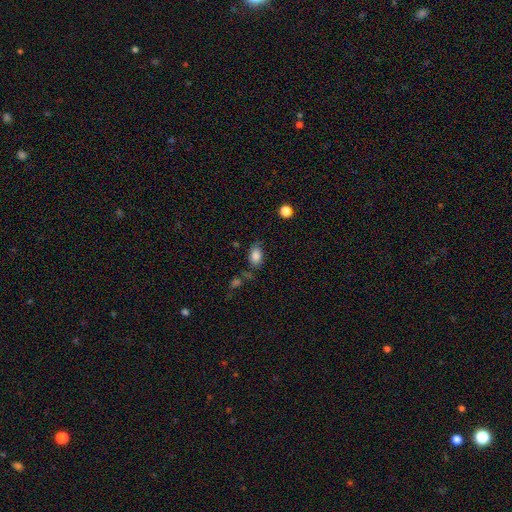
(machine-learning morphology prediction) type=smooth (84%); roundness=in between (86%); merging=none (67%).